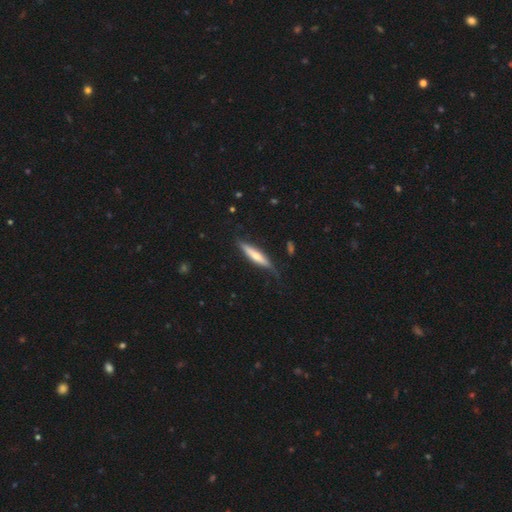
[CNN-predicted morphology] This is possibly a featured or disk galaxy (49%). Merging: likely none (72%).